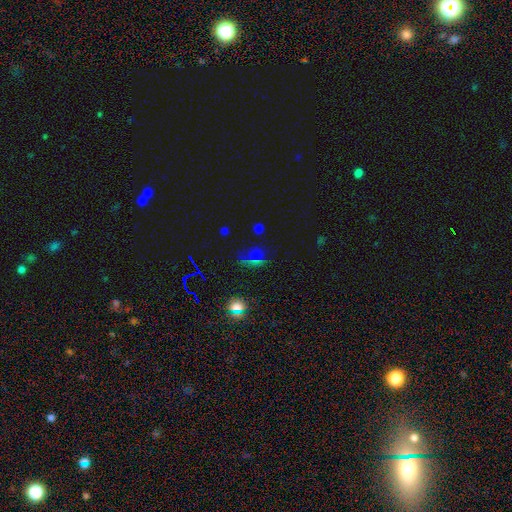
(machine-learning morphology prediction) The model was most divided on "smooth or featured": star or artifact: 52%, smooth: 38%, featured or disk: 11%.